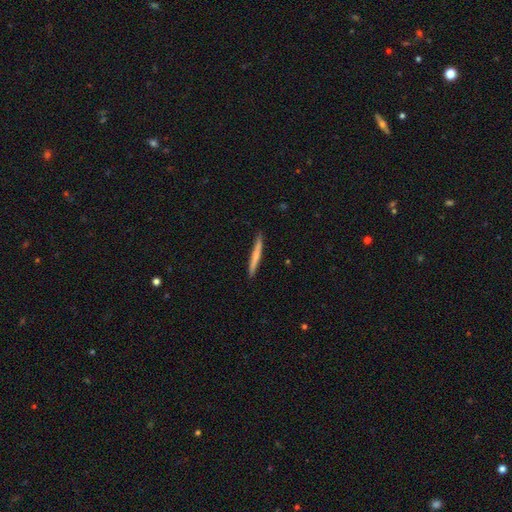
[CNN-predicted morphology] Q: Smooth or featured?
A: smooth (61%); runner-up: featured or disk (34%)
Q: How rounded?
A: cigar-shaped (96%); runner-up: in between (2%)
Q: Merging?
A: none (91%); runner-up: minor disturbance (6%)